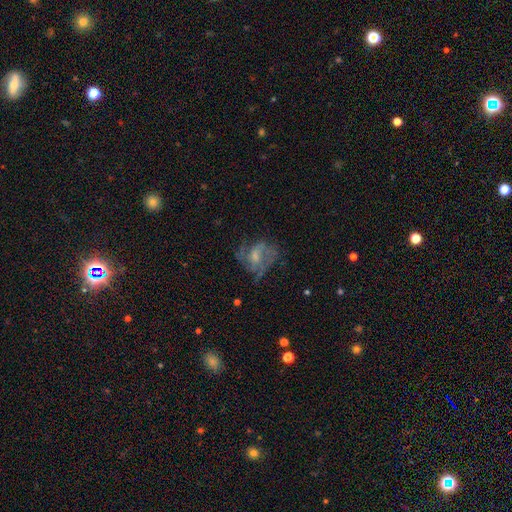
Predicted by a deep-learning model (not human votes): A featured or disk galaxy (67%) with no bar (51%), medium (47%) spiral arms (81%) and a moderate central bulge (42%). Merging: none (57%).